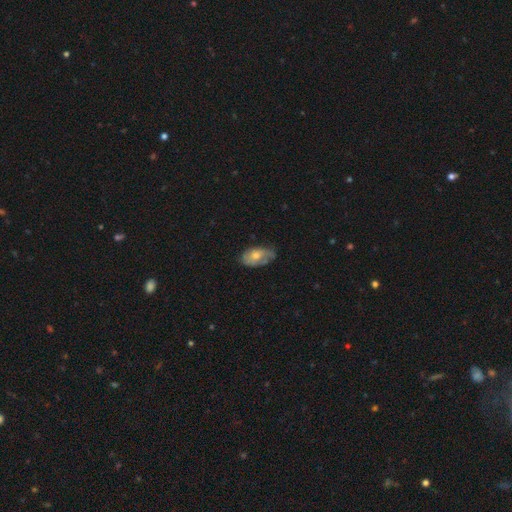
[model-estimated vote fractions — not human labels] Overall: smooth (54%; featured or disk 40%). How rounded: in between (92%). Merging: none (53%; minor disturbance 35%).